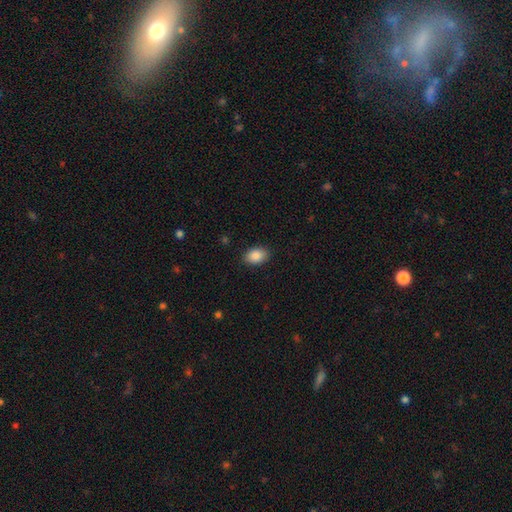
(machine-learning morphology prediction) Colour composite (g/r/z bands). It shows a smooth galaxy with no disk features (88%) that is in between round and cigar-shaped (83%). Merging: none (88%).